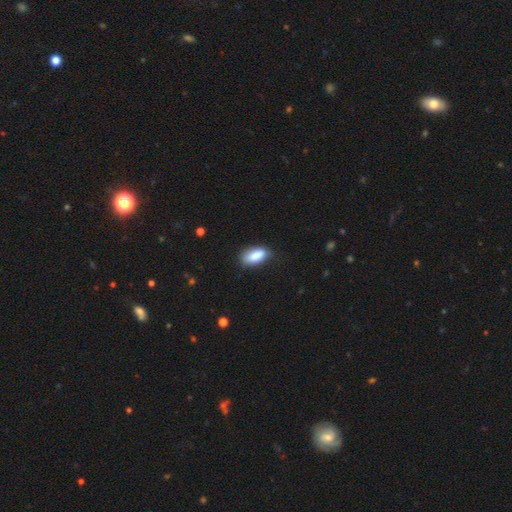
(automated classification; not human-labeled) The model was most divided on "merging": none: 73%, minor disturbance: 21%, major disturbance: 4%, merger: 2%. More confident: how rounded — in between (87%); smooth or featured — smooth (85%).